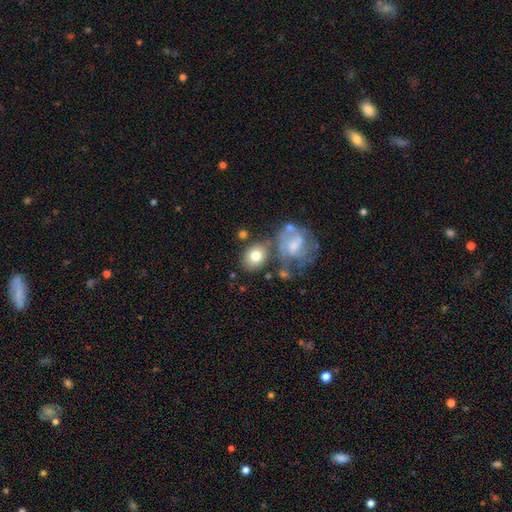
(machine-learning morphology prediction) type=smooth (72%); roundness=in between (51%); merging=none (60%).